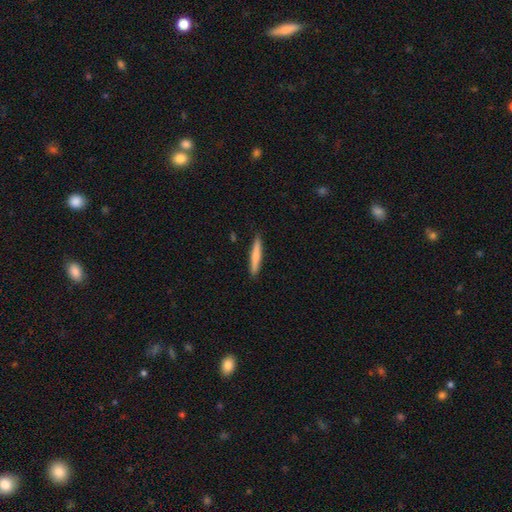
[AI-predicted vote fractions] Smooth or featured?
  - smooth: 73% *
  - featured or disk: 22%
  - star or artifact: 5%
How rounded?
  - cigar-shaped: 93% *
  - in between: 5%
  - round: 1%
Merging?
  - none: 90% *
  - minor disturbance: 7%
  - major disturbance: 1%
  - merger: 1%